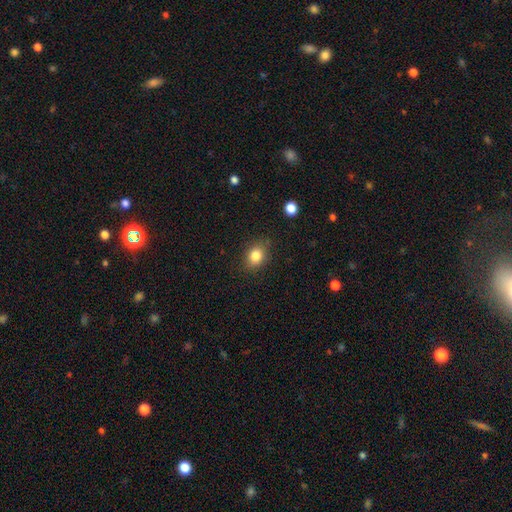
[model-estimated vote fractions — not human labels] smooth 83%, star or artifact 10%, featured or disk 7%. Down the decision tree: how rounded — in between (60%); merging — none (83%).